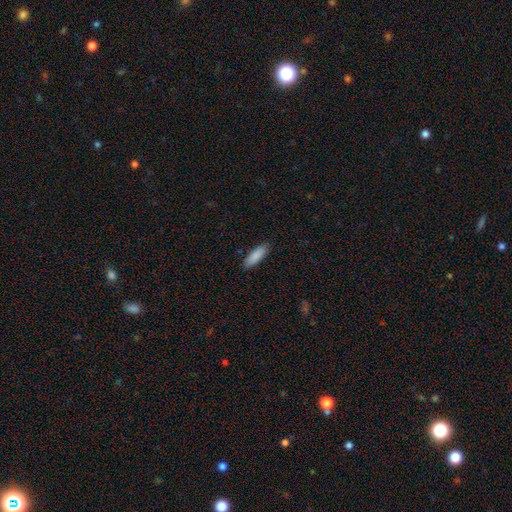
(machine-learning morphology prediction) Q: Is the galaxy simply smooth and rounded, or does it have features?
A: smooth — 88%.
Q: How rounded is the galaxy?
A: in between — 54%.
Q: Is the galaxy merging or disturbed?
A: none — 88%.